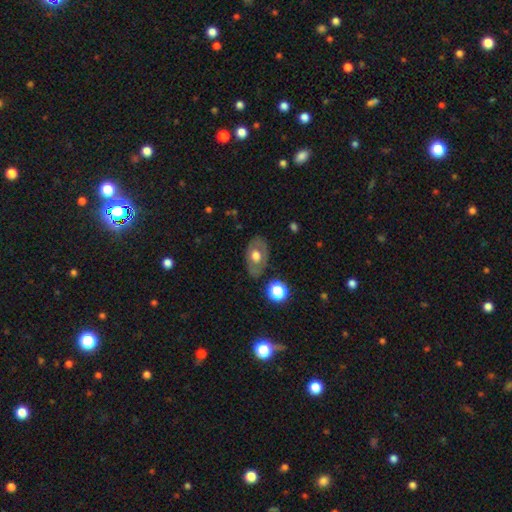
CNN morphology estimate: A smooth galaxy with no disk features (52%) that is in between round and cigar-shaped (81%). Merging: none (78%).